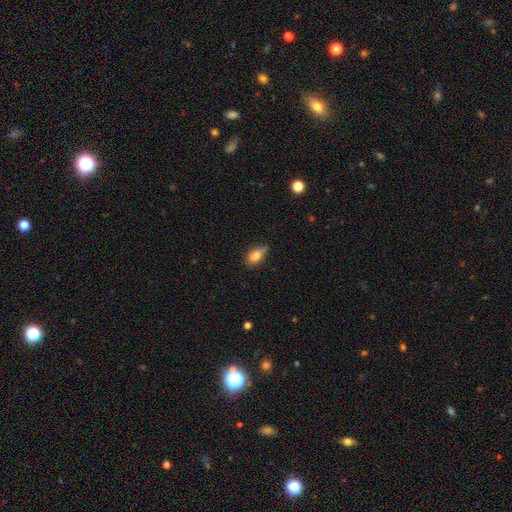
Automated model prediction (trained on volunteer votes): Smooth or featured? smooth (80%)
How rounded? in between (85%)
Merging? none (58%)